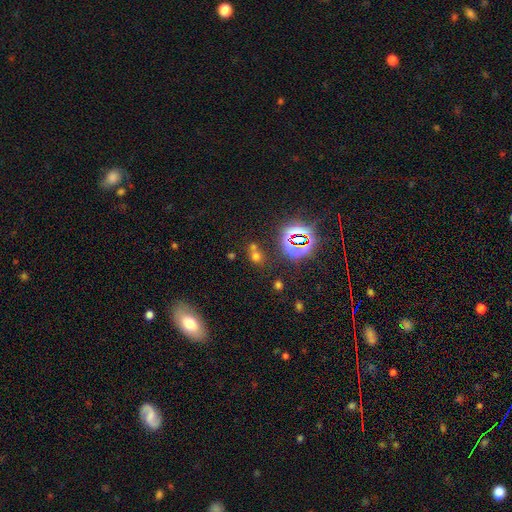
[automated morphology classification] Smooth or featured: smooth — 48% (star or artifact — 42%)
Merging: none — 51% (merger — 35%)